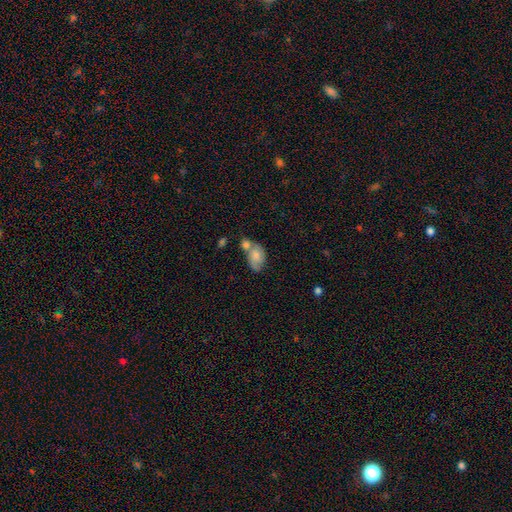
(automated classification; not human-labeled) A smooth galaxy with no disk features (66%) that is in between round and cigar-shaped (83%).

Vote fractions:
- Smooth or featured? smooth: 66% / featured or disk: 27% / star or artifact: 8%
- How rounded? in between: 83% / round: 15% / cigar-shaped: 2%
- Merging? merger: 47% / none: 27% / minor disturbance: 17% / major disturbance: 8%